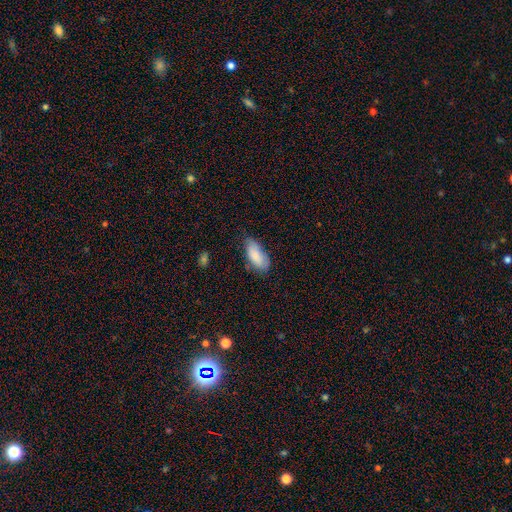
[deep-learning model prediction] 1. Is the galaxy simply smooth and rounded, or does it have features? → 84% smooth, 10% featured or disk, 6% star or artifact.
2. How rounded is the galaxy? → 89% in between, 9% cigar-shaped, 2% round.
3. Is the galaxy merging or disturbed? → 59% none, 32% minor disturbance, 6% major disturbance, 2% merger.